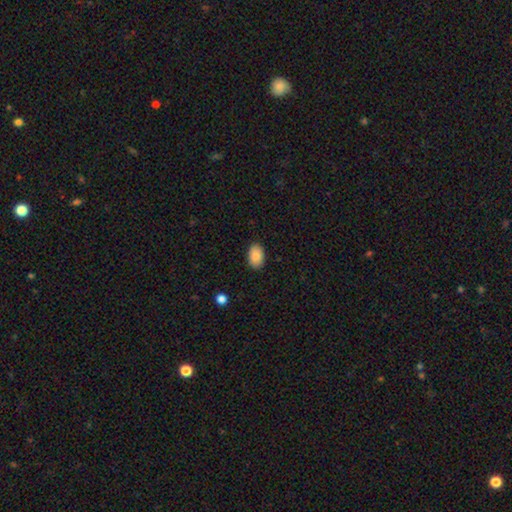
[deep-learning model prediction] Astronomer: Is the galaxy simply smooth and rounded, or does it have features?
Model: smooth — 88%.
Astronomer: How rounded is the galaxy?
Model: in between — 91%.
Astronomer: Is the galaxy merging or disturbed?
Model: none — 88%.